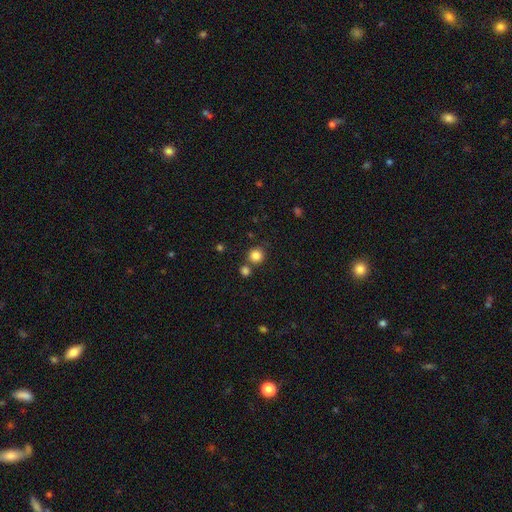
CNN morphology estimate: Smooth or featured? smooth (84%)
How rounded? round (93%)
Merging? none (75%)